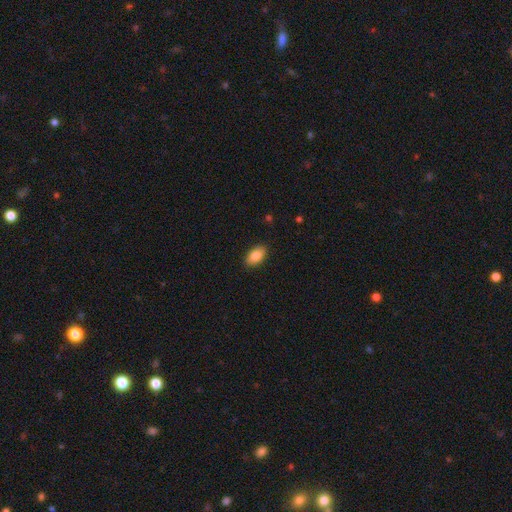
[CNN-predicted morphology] Smooth or featured? smooth (85%)
How rounded? in between (92%)
Merging? none (89%)